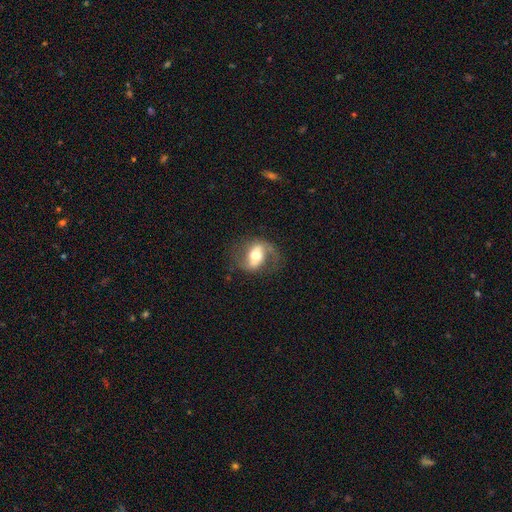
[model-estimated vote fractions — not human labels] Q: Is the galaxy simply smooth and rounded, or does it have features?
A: featured or disk — 70%.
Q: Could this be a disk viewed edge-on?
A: no — 95%.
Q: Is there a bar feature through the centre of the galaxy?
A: strong — 39%.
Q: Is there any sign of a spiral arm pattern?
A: yes — 85%.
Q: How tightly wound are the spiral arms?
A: loose — 45%.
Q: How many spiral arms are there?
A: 2 — 83%.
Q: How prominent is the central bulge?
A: moderate — 59%.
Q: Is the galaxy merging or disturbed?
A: none — 66%.